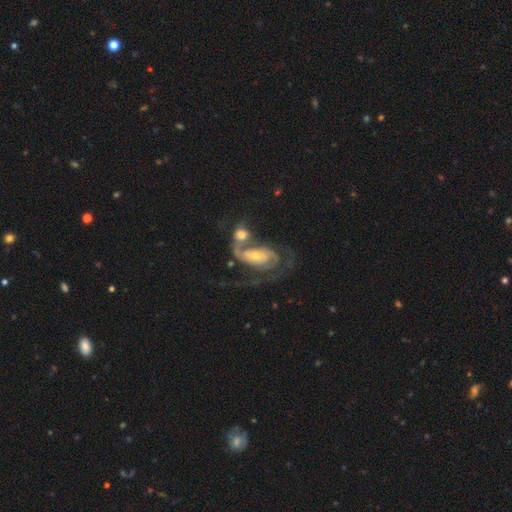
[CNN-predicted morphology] A featured or disk galaxy (83%) with no bar (51%), 2 (71%) medium (42%) spiral arms (93%) and a small central bulge (48%).

Vote fractions:
- Smooth or featured? featured or disk: 83% / smooth: 11% / star or artifact: 5%
- Edge-on disk? no: 96% / yes: 4%
- Bar? no: 51% / weak: 35% / strong: 14%
- Spiral arms? yes: 93% / no: 7%
- Spiral winding? medium: 42% / loose: 31% / tight: 27%
- Spiral arm count? 2: 71% / can't tell: 12% / 1: 9% / 3: 5% / 4: 2% / more than 4: 2%
- Bulge size? small: 48% / moderate: 45% / large: 4% / none: 2% / dominant: 1%
- Merging? merger: 56% / major disturbance: 18% / none: 17% / minor disturbance: 9%